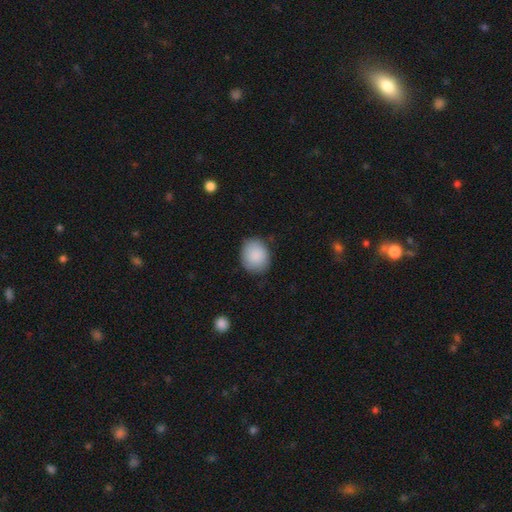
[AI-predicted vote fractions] The model was most divided on "how rounded": round: 65%, in between: 34%, cigar-shaped: 1%. More confident: smooth or featured — smooth (89%); merging — none (83%).